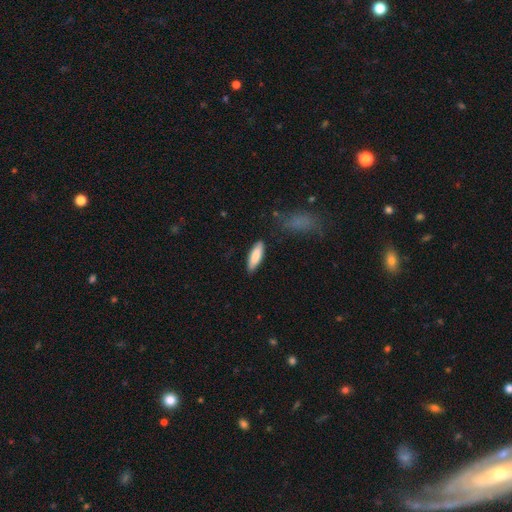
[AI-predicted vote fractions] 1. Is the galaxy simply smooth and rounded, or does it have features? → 82% smooth, 12% featured or disk, 6% star or artifact.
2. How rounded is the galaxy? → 50% in between, 49% cigar-shaped, 2% round.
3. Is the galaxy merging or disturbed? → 84% none, 12% minor disturbance, 2% major disturbance, 2% merger.